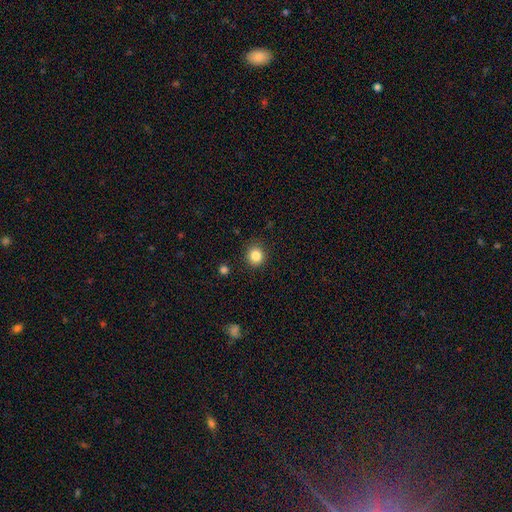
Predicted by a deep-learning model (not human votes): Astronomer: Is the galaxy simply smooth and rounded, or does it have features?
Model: smooth — 85%.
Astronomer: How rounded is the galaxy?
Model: round — 89%.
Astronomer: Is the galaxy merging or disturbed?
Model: none — 89%.